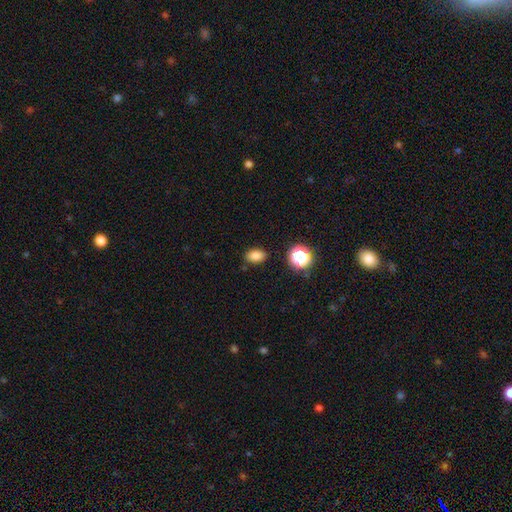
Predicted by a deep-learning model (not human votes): A smooth galaxy with no disk features (82%) that is in between round and cigar-shaped (81%).

Vote fractions:
- Smooth or featured? smooth: 82% / star or artifact: 13% / featured or disk: 5%
- How rounded? in between: 81% / round: 17% / cigar-shaped: 2%
- Merging? none: 86% / minor disturbance: 10% / major disturbance: 2% / merger: 2%